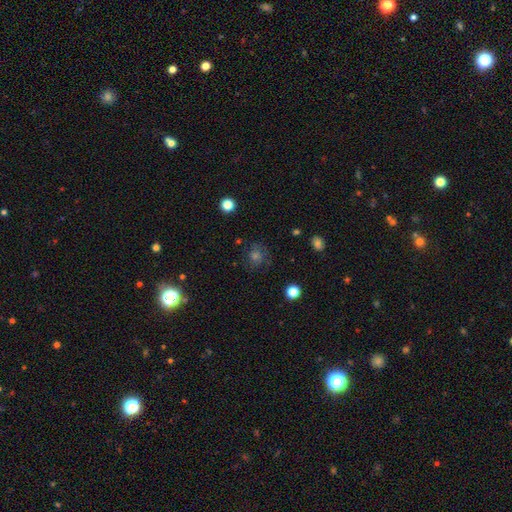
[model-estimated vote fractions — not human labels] smooth-or-featured: smooth: 46% | star or artifact: 32% | featured or disk: 22%
  merging: none: 77% | minor disturbance: 14% | major disturbance: 7% | merger: 2%